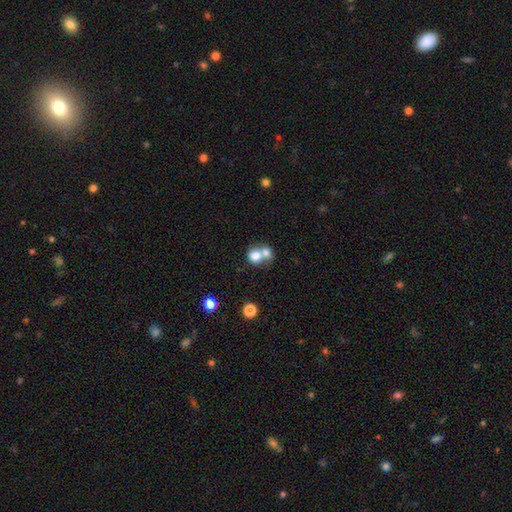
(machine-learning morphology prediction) Smooth or featured: smooth — 77% (featured or disk — 14%)
How rounded: round — 70% (in between — 29%)
Merging: merger — 66% (none — 25%)